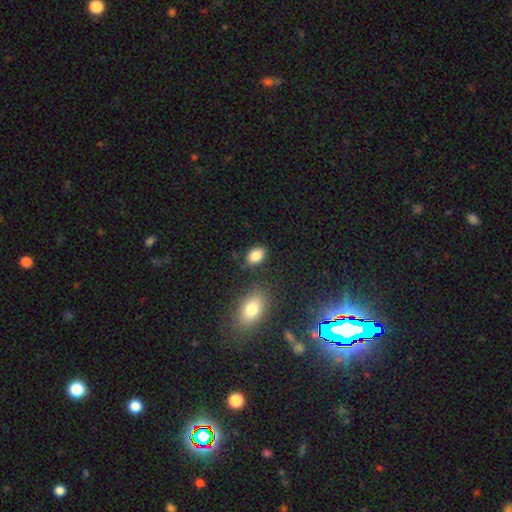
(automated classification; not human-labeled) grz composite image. It shows a smooth galaxy with no disk features (85%) that is in between round and cigar-shaped (81%). Merging: none (79%).